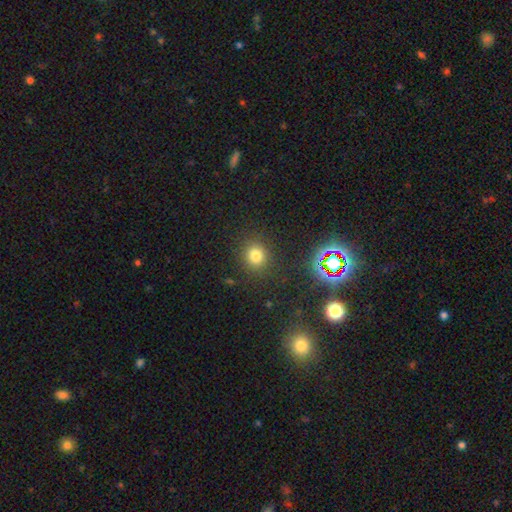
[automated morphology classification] Q: Smooth or featured?
A: smooth (75%); runner-up: star or artifact (18%)
Q: How rounded?
A: round (83%); runner-up: in between (16%)
Q: Merging?
A: none (87%); runner-up: minor disturbance (8%)